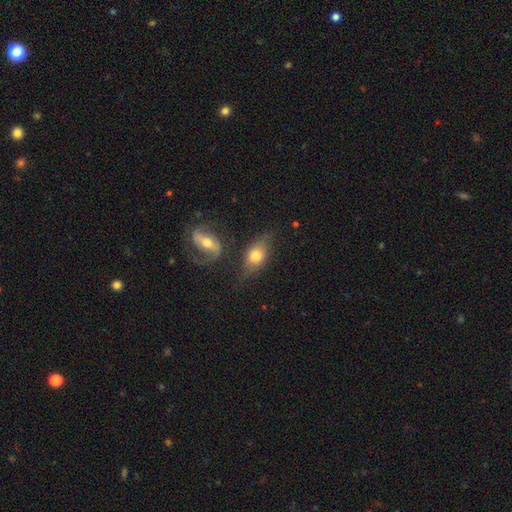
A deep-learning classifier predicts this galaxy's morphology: Q: Smooth or featured?
A: smooth (56%); runner-up: featured or disk (36%)
Q: How rounded?
A: in between (76%); runner-up: round (16%)
Q: Merging?
A: none (59%); runner-up: minor disturbance (20%)